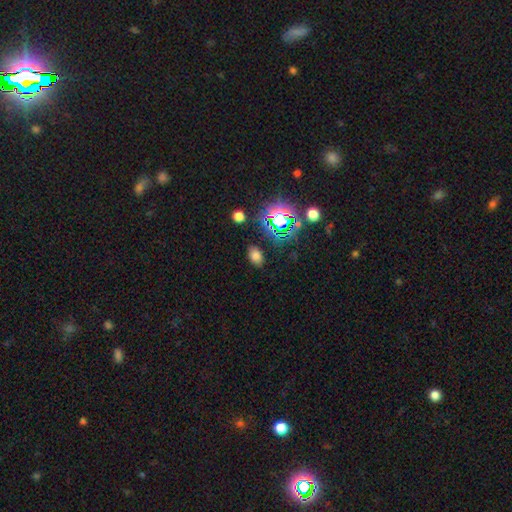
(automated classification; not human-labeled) A smooth galaxy with no disk features (67%) that is in between round and cigar-shaped (84%). Merging: none (82%).